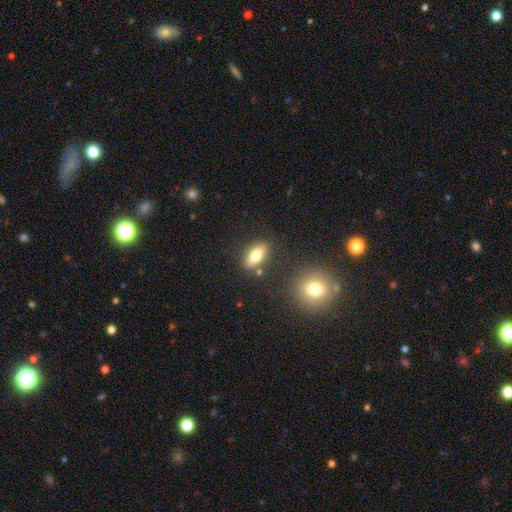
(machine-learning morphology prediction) Smooth or featured?
  - smooth: 70% *
  - featured or disk: 22%
  - star or artifact: 8%
How rounded?
  - in between: 81% *
  - cigar-shaped: 13%
  - round: 6%
Merging?
  - none: 81% *
  - minor disturbance: 11%
  - merger: 6%
  - major disturbance: 3%